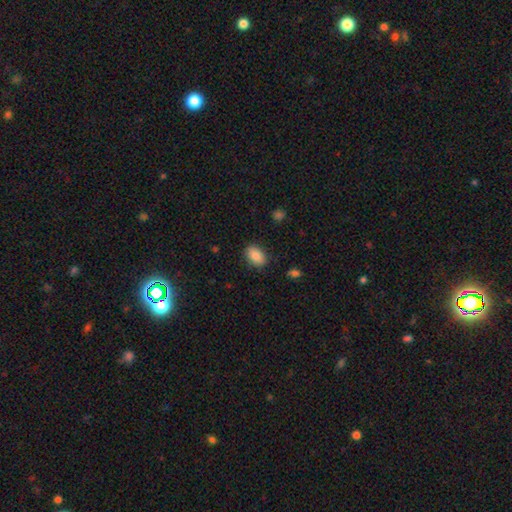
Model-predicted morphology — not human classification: smooth-or-featured: smooth: 86% | star or artifact: 7% | featured or disk: 6%
  how-rounded: in between: 88% | round: 11% | cigar-shaped: 1%
  merging: none: 86% | minor disturbance: 10% | major disturbance: 3% | merger: 1%